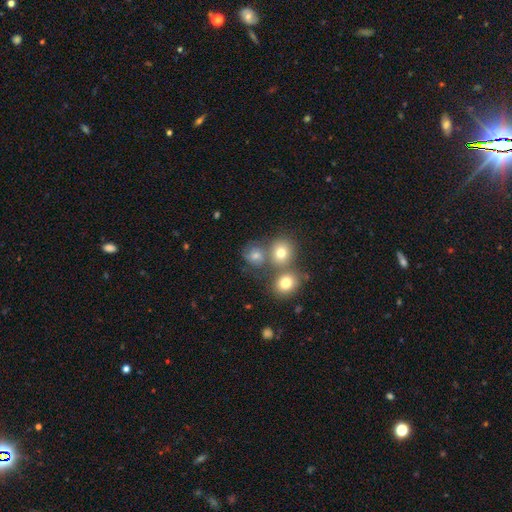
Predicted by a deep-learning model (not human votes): smooth 63%, featured or disk 21%, star or artifact 16%. Down the decision tree: how rounded — round (73%); merging — none (54%).